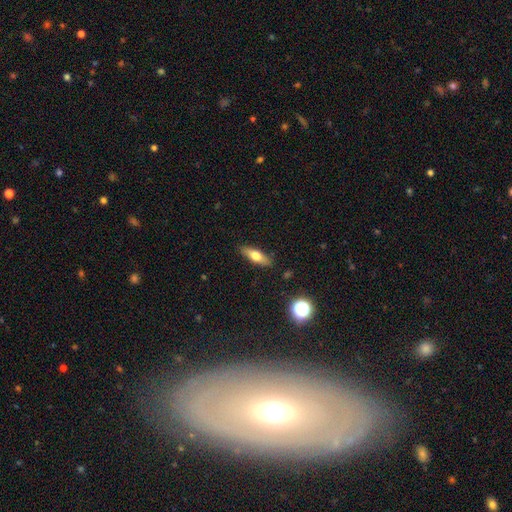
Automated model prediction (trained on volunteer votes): smooth-or-featured: smooth: 61% | featured or disk: 32% | star or artifact: 8%
  how-rounded: in between: 49% | cigar-shaped: 48% | round: 3%
  merging: none: 86% | minor disturbance: 10% | major disturbance: 2% | merger: 1%